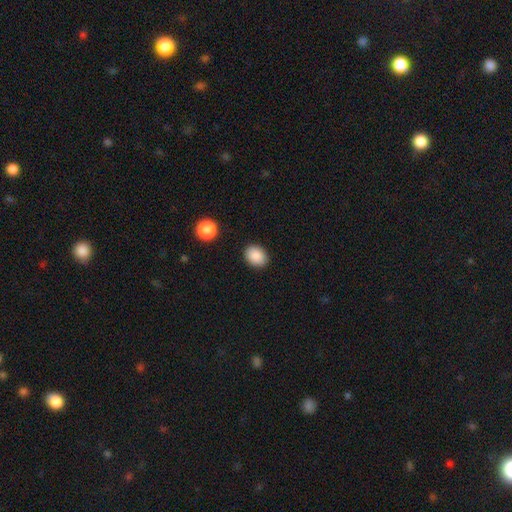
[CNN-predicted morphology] Q: Smooth or featured?
A: smooth (89%); runner-up: star or artifact (8%)
Q: How rounded?
A: in between (59%); runner-up: round (40%)
Q: Merging?
A: none (88%); runner-up: minor disturbance (8%)